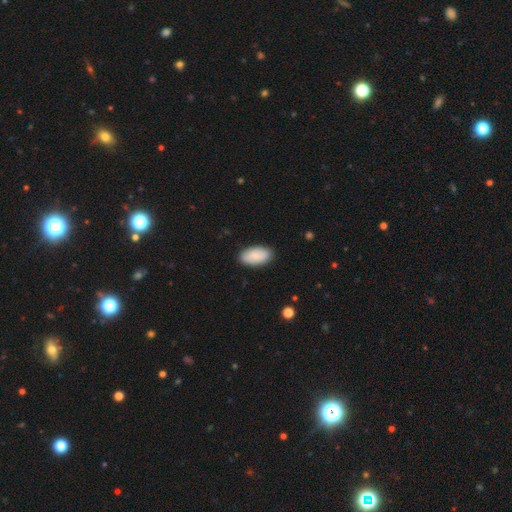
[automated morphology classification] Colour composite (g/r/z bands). It shows a smooth galaxy with no disk features (81%) that is in between round and cigar-shaped (95%). Merging: none (87%).